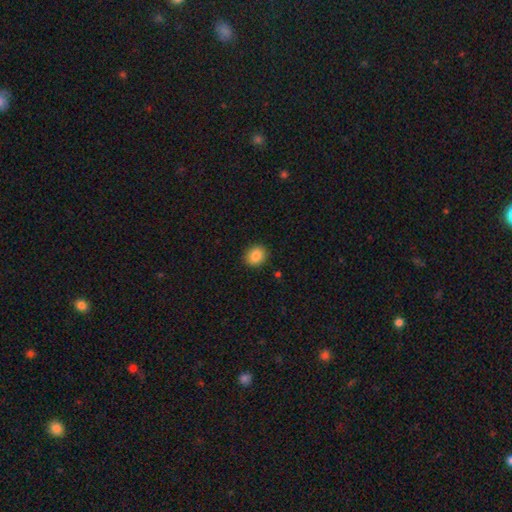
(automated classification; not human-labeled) A smooth galaxy with no disk features (87%) that is round (68%). Merging: none (90%).